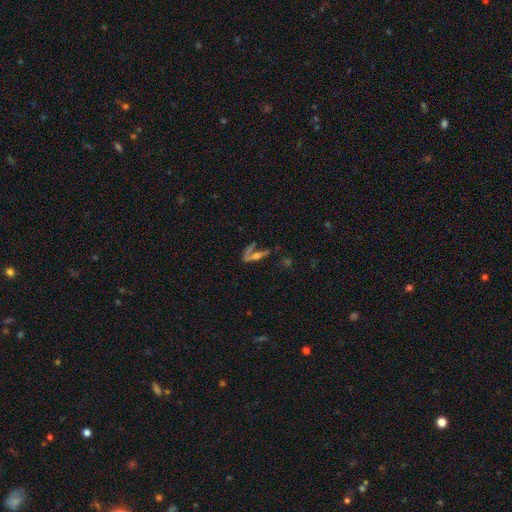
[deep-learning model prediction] Q: Smooth or featured?
A: featured or disk (45%); runner-up: smooth (39%)
Q: Merging?
A: none (36%); runner-up: merger (25%)